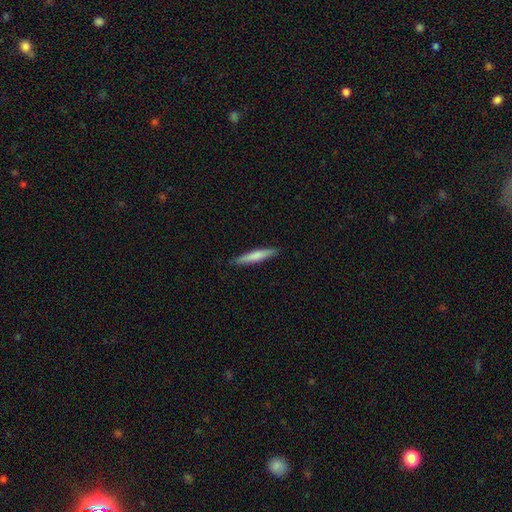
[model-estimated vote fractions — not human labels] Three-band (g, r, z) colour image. It shows a smooth galaxy with no disk features (71%) that is cigar-shaped (93%). Merging: none (89%).